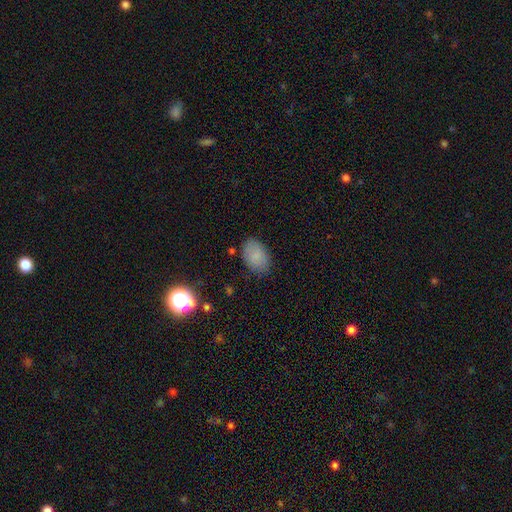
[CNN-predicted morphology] A smooth galaxy with no disk features (83%) that is in between round and cigar-shaped (86%). Merging: none (80%).